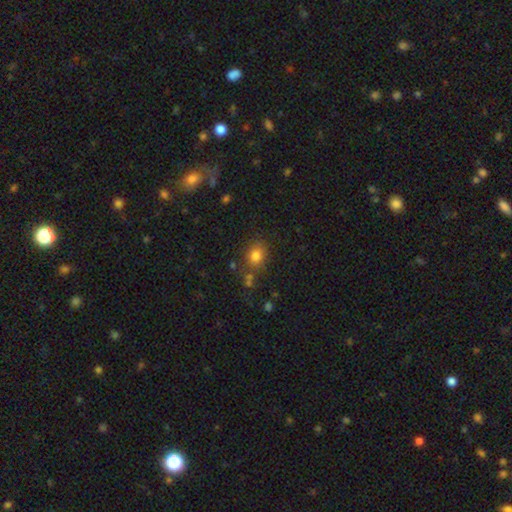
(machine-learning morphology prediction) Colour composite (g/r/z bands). It shows a smooth galaxy with no disk features (80%) that is round (58%). Merging: none (73%).